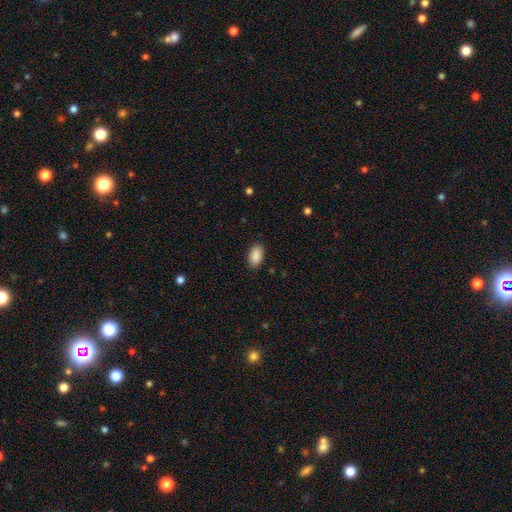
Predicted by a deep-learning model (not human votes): smooth 90%, star or artifact 7%, featured or disk 3%. Down the decision tree: how rounded — in between (94%); merging — none (88%).